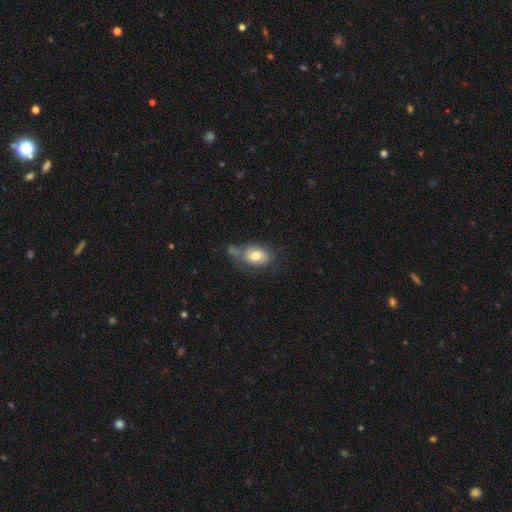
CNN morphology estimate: Smooth or featured? Predicted: smooth (p=0.75). How rounded? Predicted: in between (p=0.74). Merging? Predicted: none (p=0.47).